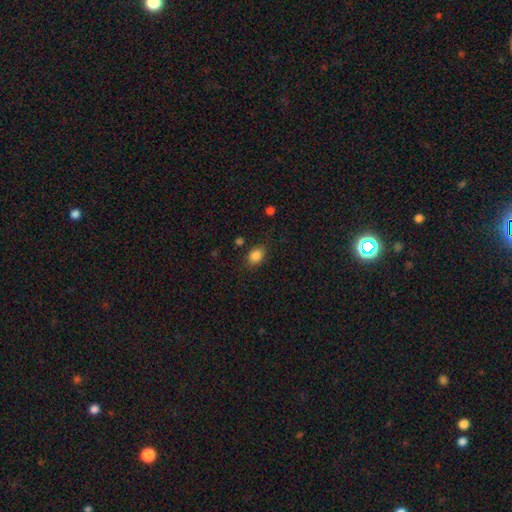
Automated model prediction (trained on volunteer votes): Morphology: type=smooth (85%); roundness=in between (64%); merging=none (80%).